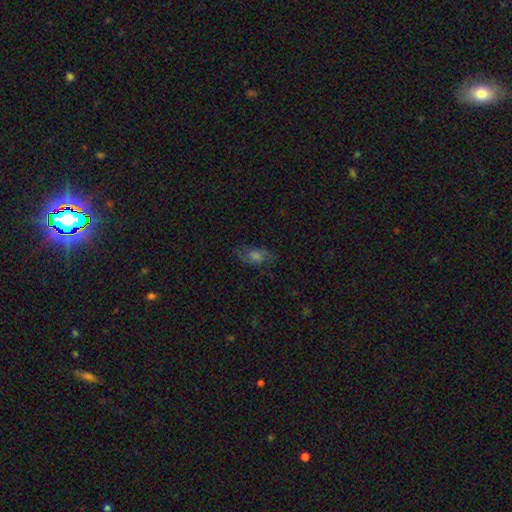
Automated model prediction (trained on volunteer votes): smooth_or_featured: featured or disk (p=0.55) [alt: smooth p=0.28]
disk_edge_on: no (p=0.91) [alt: yes p=0.09]
merging: none (p=0.72) [alt: minor disturbance p=0.17]